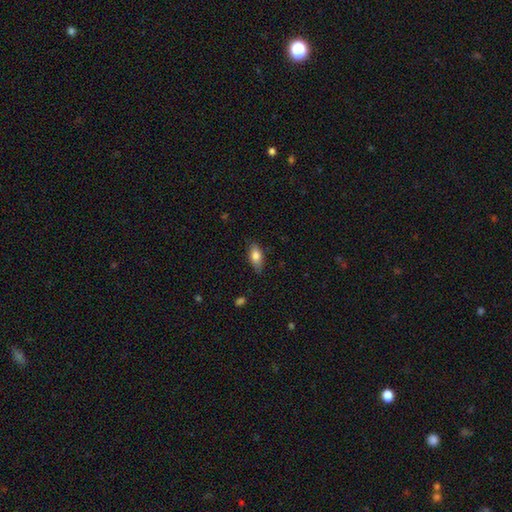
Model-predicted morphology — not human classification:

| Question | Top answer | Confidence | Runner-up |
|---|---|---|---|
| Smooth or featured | smooth | 77% | featured or disk (16%) |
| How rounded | in between | 84% | cigar-shaped (12%) |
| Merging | none | 80% | minor disturbance (16%) |